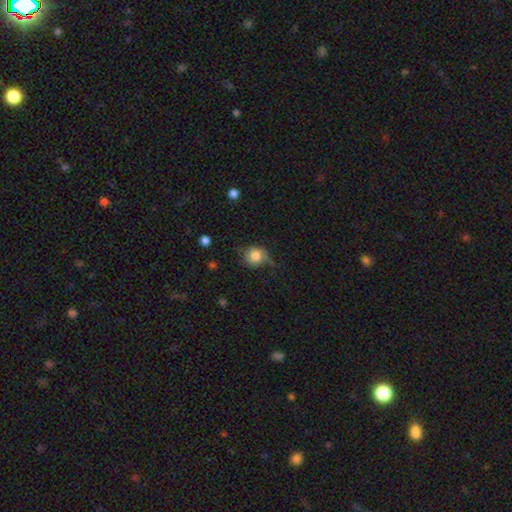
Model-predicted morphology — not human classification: Q: Smooth or featured?
A: smooth (80%); runner-up: featured or disk (11%)
Q: How rounded?
A: round (80%); runner-up: in between (19%)
Q: Merging?
A: none (60%); runner-up: minor disturbance (28%)